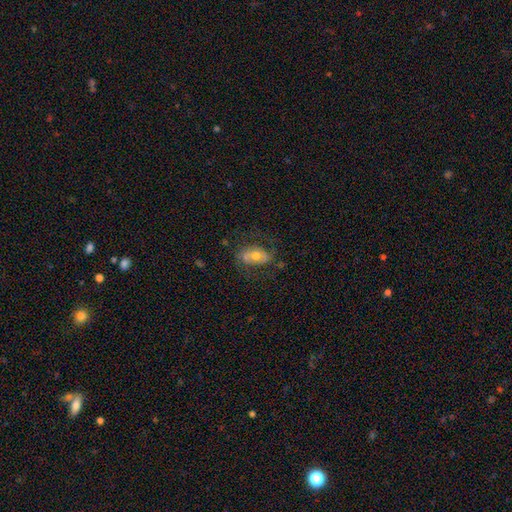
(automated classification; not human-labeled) Morphology: type=featured or disk (51%); edge-on=no (90%); merging=none (66%).